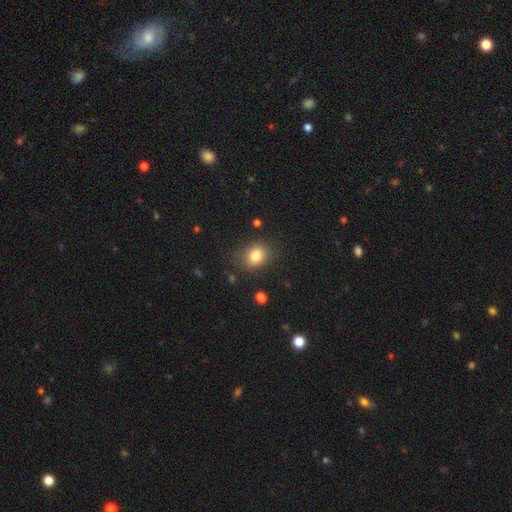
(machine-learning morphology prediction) smooth-or-featured: smooth: 82% | star or artifact: 10% | featured or disk: 7%
  how-rounded: in between: 52% | round: 47% | cigar-shaped: 1%
  merging: none: 81% | minor disturbance: 13% | major disturbance: 4% | merger: 2%